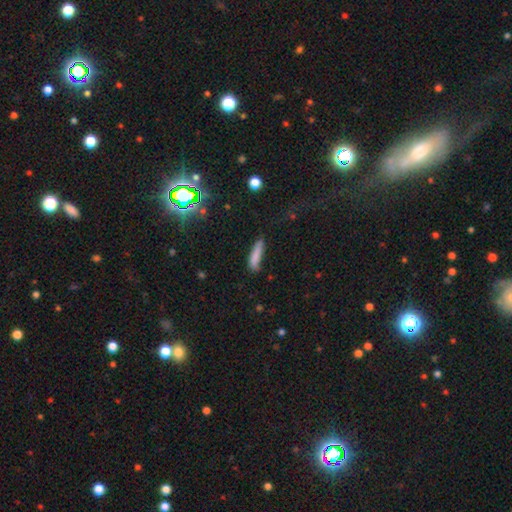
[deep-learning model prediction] Morphology: type=smooth (80%); roundness=cigar-shaped (78%); merging=none (65%).